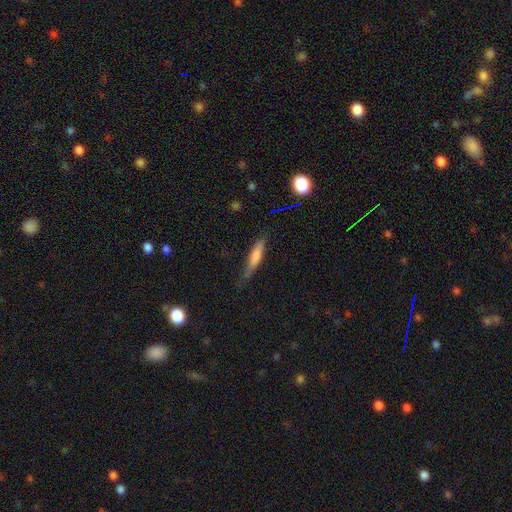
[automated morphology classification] A smooth galaxy with no disk features (58%) that is cigar-shaped (84%).

Vote fractions:
- Smooth or featured? smooth: 58% / featured or disk: 34% / star or artifact: 8%
- How rounded? cigar-shaped: 84% / in between: 14% / round: 2%
- Merging? none: 67% / minor disturbance: 24% / major disturbance: 7% / merger: 2%